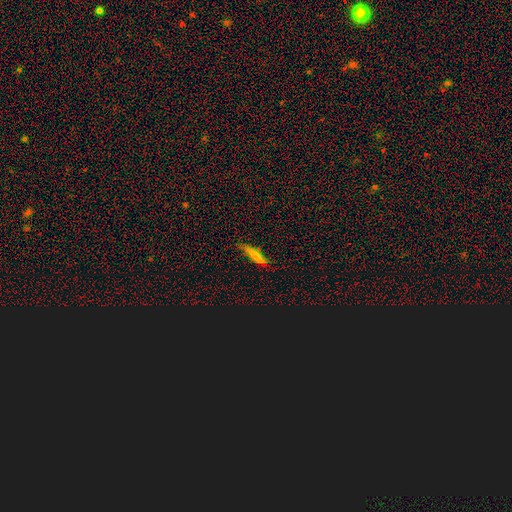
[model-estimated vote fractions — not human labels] Morphology: type=smooth (66%); roundness=cigar-shaped (78%); merging=none (65%).